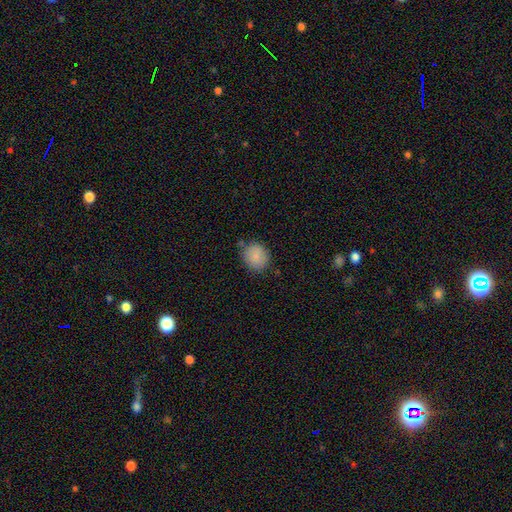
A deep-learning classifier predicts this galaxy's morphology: smooth_or_featured: smooth (p=0.86) [alt: star or artifact p=0.08]
how_rounded: round (p=0.76) [alt: in between p=0.23]
merging: none (p=0.78) [alt: minor disturbance p=0.15]